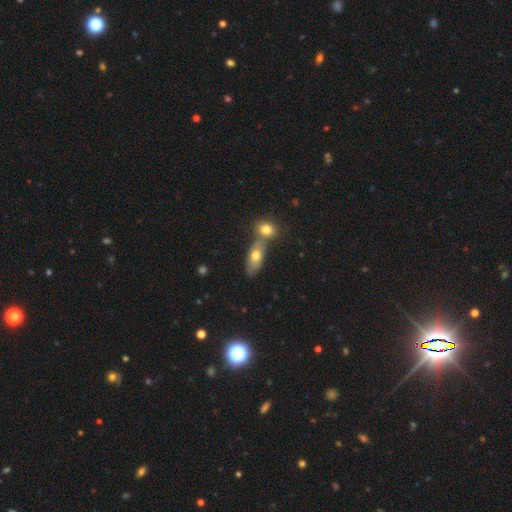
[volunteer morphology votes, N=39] Volunteers were most divided on "merging" (2-way tie): none: 44%, merger: 44%, minor disturbance: 8%, major disturbance: 3%. More confident: how rounded — in between (84%); smooth or featured — smooth (64%).